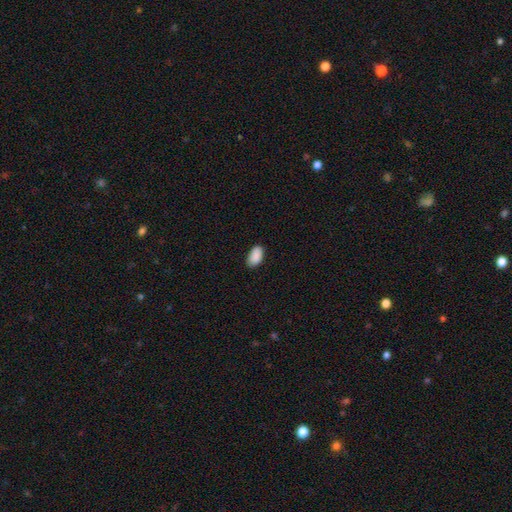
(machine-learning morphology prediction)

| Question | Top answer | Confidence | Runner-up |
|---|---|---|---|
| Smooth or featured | smooth | 90% | star or artifact (7%) |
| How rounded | in between | 94% | round (4%) |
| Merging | none | 81% | minor disturbance (15%) |